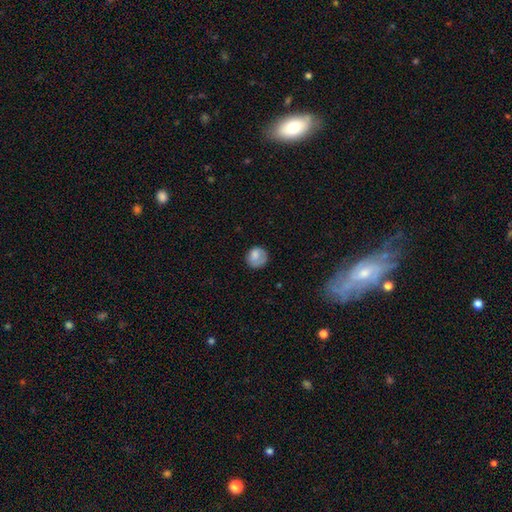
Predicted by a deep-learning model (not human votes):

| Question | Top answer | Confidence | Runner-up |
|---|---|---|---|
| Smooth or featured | smooth | 78% | featured or disk (14%) |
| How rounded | round | 83% | in between (16%) |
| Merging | none | 67% | minor disturbance (22%) |